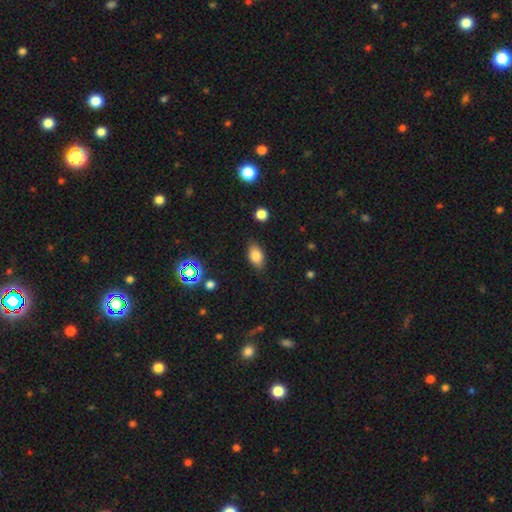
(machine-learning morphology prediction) smooth-or-featured: smooth: 79% | featured or disk: 10% | star or artifact: 10%
  how-rounded: in between: 87% | round: 9% | cigar-shaped: 3%
  merging: none: 83% | minor disturbance: 13% | major disturbance: 3% | merger: 2%